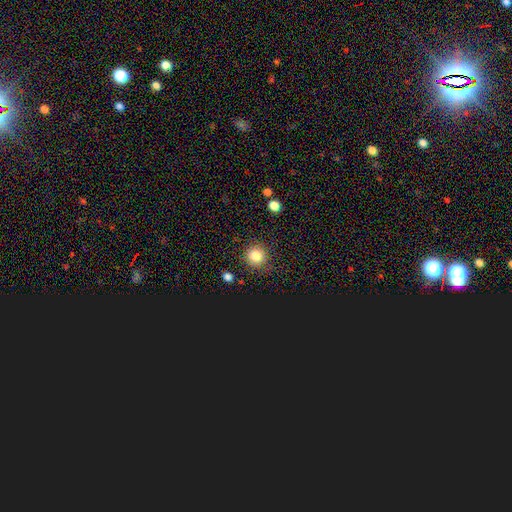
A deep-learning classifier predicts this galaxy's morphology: smooth-or-featured: smooth: 81% | star or artifact: 13% | featured or disk: 6%
  how-rounded: round: 91% | in between: 8% | cigar-shaped: 1%
  merging: none: 84% | minor disturbance: 10% | major disturbance: 3% | merger: 2%